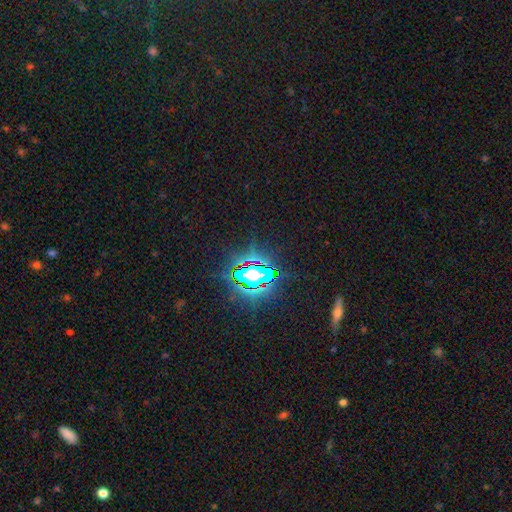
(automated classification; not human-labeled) Smooth or featured: star or artifact — 82% (smooth — 10%)